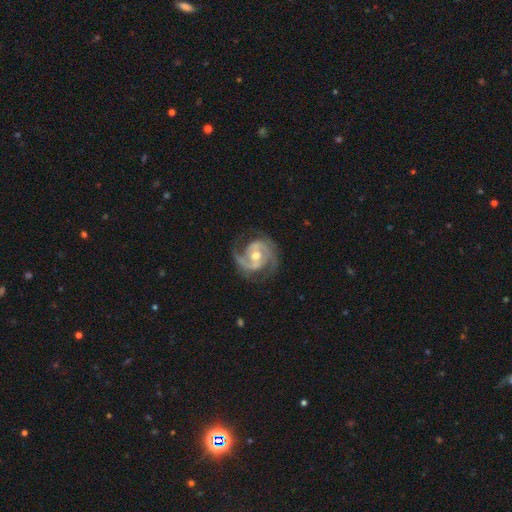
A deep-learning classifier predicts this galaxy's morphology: This appears to be a featured or disk galaxy (91%) with no bar (54%), 2 (80%) medium (47%) spiral arms (98%) and a moderate central bulge (76%). Merging: none (75%).